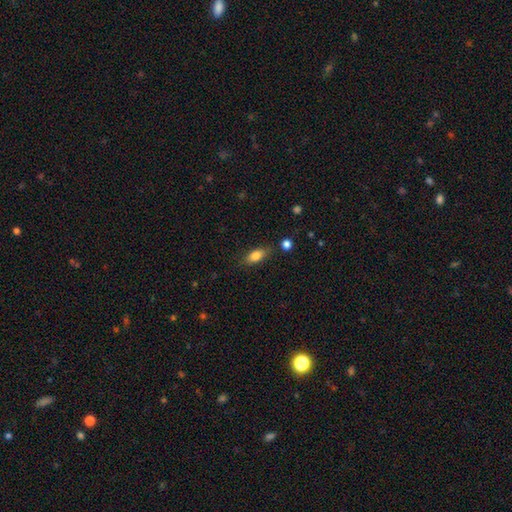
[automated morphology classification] Smooth or featured? smooth (82%)
How rounded? in between (83%)
Merging? none (79%)